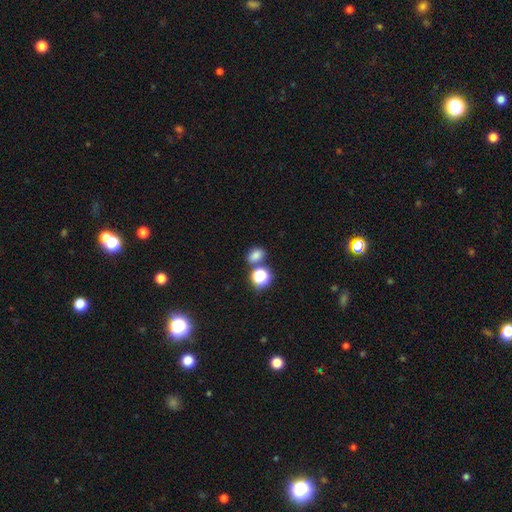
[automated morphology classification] type=smooth (76%); roundness=in between (67%); merging=none (68%).